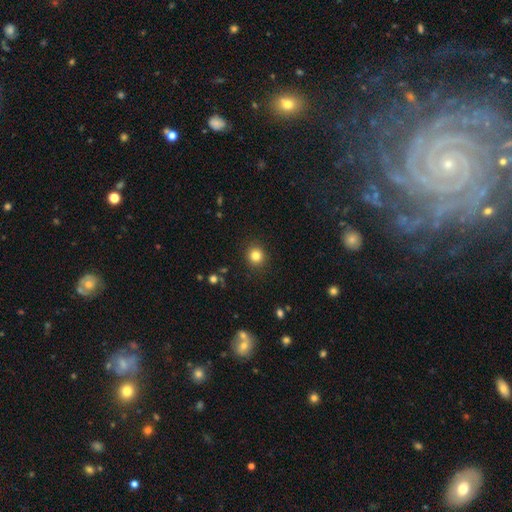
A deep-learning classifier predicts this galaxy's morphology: smooth 83%, star or artifact 12%, featured or disk 6%. Down the decision tree: how rounded — round (90%); merging — none (91%).